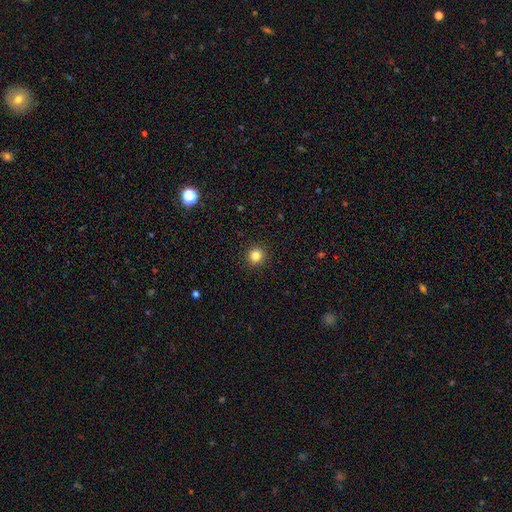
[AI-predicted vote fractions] The model was most divided on "smooth or featured": smooth: 83%, star or artifact: 12%, featured or disk: 5%. More confident: how rounded — round (94%); merging — none (92%).